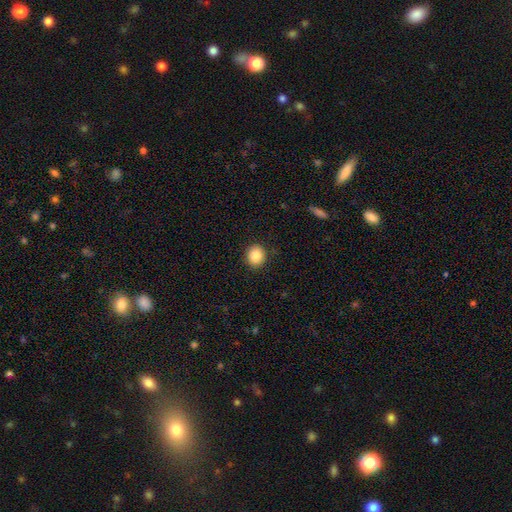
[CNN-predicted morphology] Smooth or featured?
  - smooth: 85% *
  - star or artifact: 9%
  - featured or disk: 6%
How rounded?
  - round: 77% *
  - in between: 22%
  - cigar-shaped: 1%
Merging?
  - none: 90% *
  - minor disturbance: 7%
  - major disturbance: 2%
  - merger: 1%